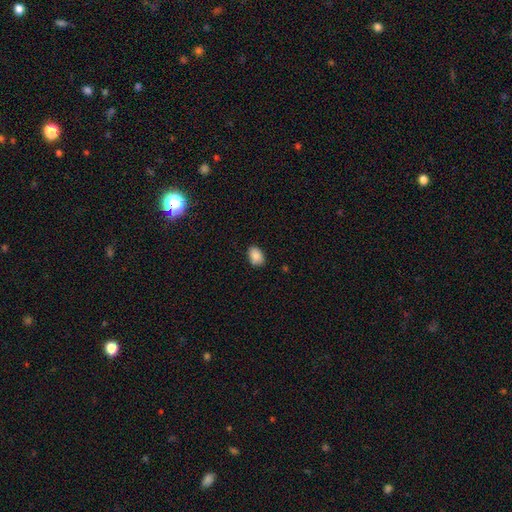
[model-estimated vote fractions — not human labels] Morphology: type=smooth (87%); roundness=in between (82%); merging=none (82%).